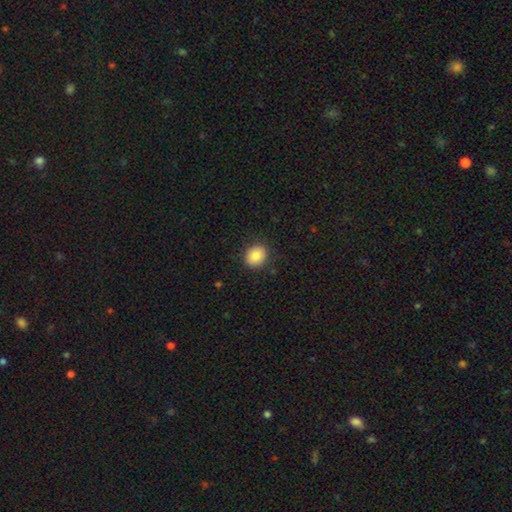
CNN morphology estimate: smooth-or-featured: smooth: 86% | star or artifact: 9% | featured or disk: 5%
  how-rounded: round: 64% | in between: 35% | cigar-shaped: 1%
  merging: none: 87% | minor disturbance: 9% | major disturbance: 3% | merger: 1%